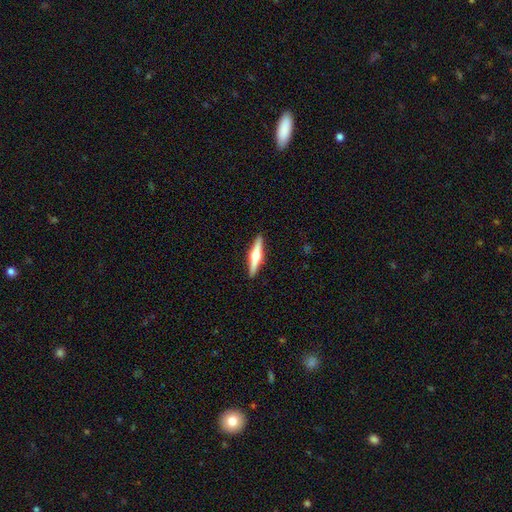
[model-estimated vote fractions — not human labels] The model was most divided on "smooth or featured": featured or disk: 66%, smooth: 29%, star or artifact: 5%. More confident: edge-on disk — yes (98%); merging — none (92%); edge-on bulge — rounded (90%).